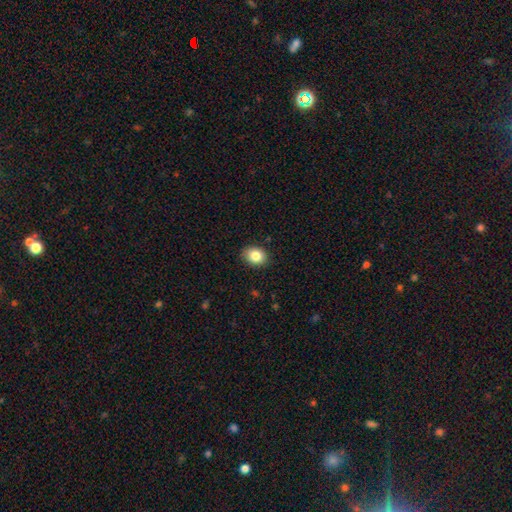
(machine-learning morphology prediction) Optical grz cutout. It shows a smooth galaxy with no disk features (84%) that is in between round and cigar-shaped (55%). Merging: none (88%).